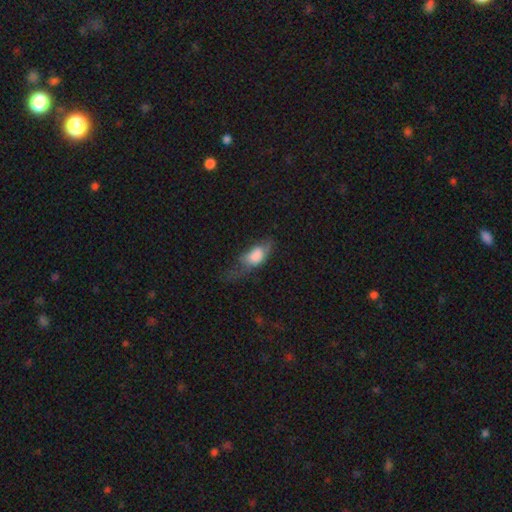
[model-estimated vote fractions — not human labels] smooth 71%, featured or disk 21%, star or artifact 8%. Down the decision tree: how rounded — in between (86%); merging — major disturbance (43%).